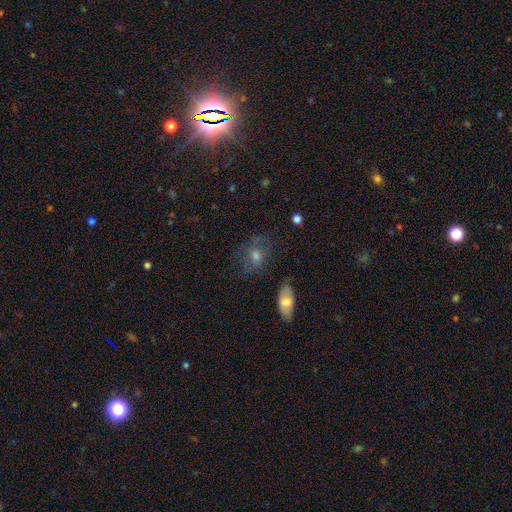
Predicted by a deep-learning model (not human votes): Overall: smooth (43%; featured or disk 37%). Merging: none (66%).